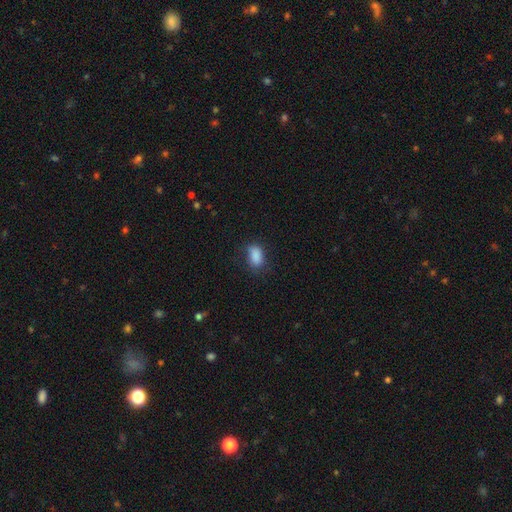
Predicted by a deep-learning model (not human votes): Morphology: type=smooth (87%); roundness=in between (87%); merging=none (69%).